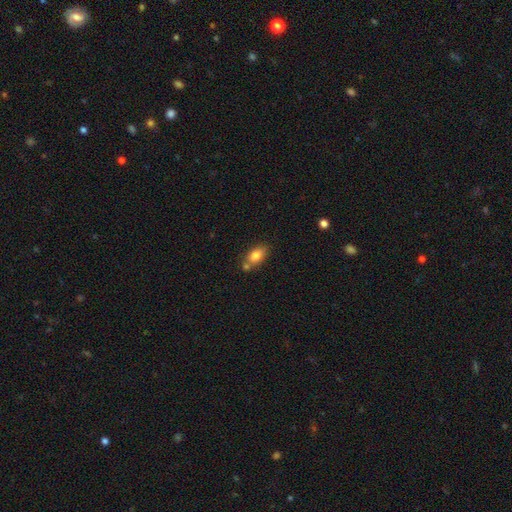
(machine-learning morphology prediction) The model was most divided on "merging": none: 57%, merger: 23%, minor disturbance: 16%, major disturbance: 4%. More confident: how rounded — in between (85%); smooth or featured — smooth (81%).